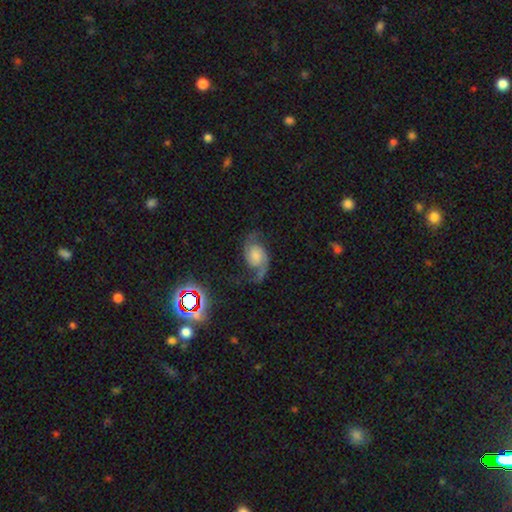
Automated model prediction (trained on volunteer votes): Smooth or featured? Predicted: featured or disk (p=0.82). Edge-on disk? Predicted: no (p=0.97). Bar? Predicted: no (p=0.67). Spiral arms? Predicted: yes (p=0.97). Spiral winding? Predicted: medium (p=0.46). Spiral arm count? Predicted: 2 (p=0.91). Bulge size? Predicted: moderate (p=0.34). Merging? Predicted: none (p=0.68).